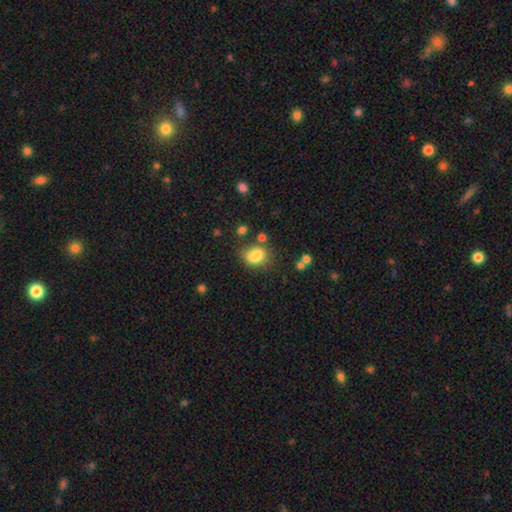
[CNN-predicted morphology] smooth_or_featured: smooth (p=0.82) [alt: star or artifact p=0.10]
how_rounded: in between (p=0.59) [alt: round p=0.40]
merging: none (p=0.60) [alt: minor disturbance p=0.23]